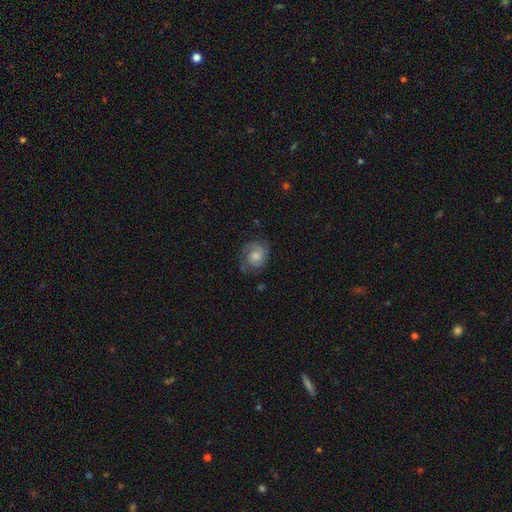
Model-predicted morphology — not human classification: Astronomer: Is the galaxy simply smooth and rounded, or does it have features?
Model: featured or disk — 60%.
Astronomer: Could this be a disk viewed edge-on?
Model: no — 97%.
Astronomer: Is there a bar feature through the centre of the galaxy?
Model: no — 71%.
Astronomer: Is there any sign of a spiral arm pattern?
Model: yes — 91%.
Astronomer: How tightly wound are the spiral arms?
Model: tight — 53% (runner-up: medium, 37%).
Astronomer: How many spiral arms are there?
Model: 2 — 60%.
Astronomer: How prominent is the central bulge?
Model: moderate — 53% (runner-up: small, 28%).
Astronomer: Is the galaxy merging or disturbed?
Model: none — 73%.